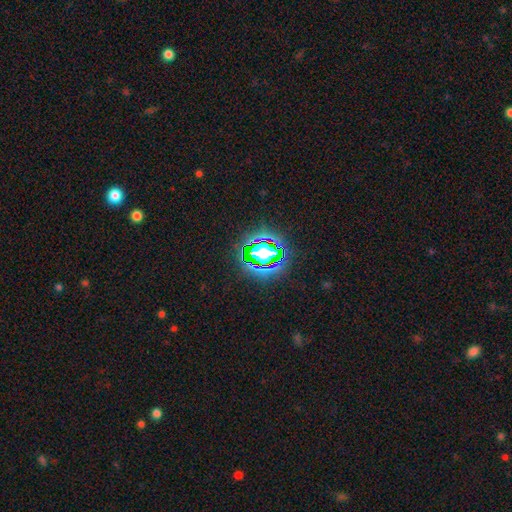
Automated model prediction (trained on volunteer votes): star or artifact 78%, smooth 13%, featured or disk 9%.